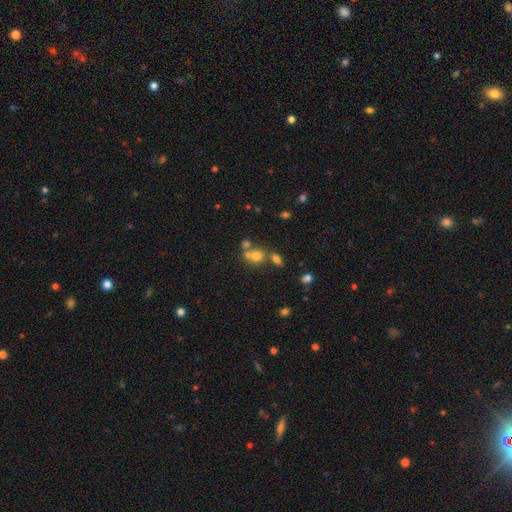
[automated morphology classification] Q: Smooth or featured?
A: smooth (67%); runner-up: star or artifact (18%)
Q: How rounded?
A: round (73%); runner-up: in between (26%)
Q: Merging?
A: merger (44%); runner-up: none (43%)